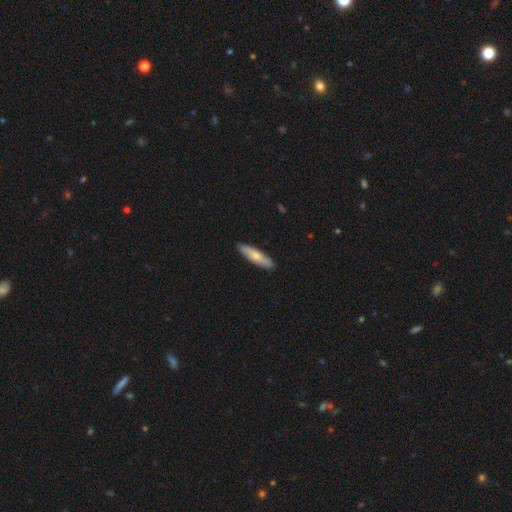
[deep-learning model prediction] Smooth or featured: smooth — 67% (featured or disk — 28%)
How rounded: cigar-shaped — 73% (in between — 26%)
Merging: none — 89% (minor disturbance — 9%)